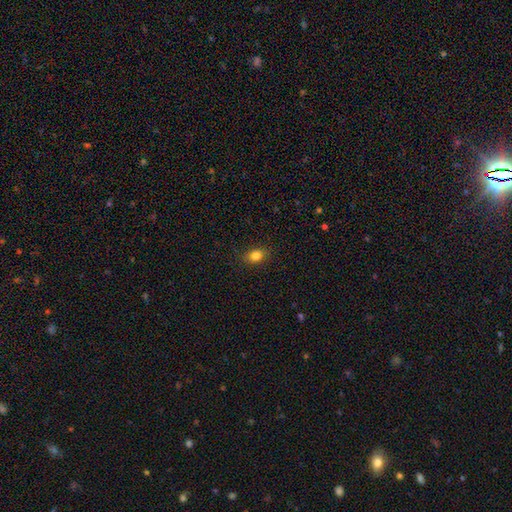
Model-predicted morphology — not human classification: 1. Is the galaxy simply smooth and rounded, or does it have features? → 82% smooth, 11% star or artifact, 7% featured or disk.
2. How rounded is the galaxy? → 66% in between, 32% round, 2% cigar-shaped.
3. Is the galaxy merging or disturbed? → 87% none, 10% minor disturbance, 2% major disturbance, 1% merger.